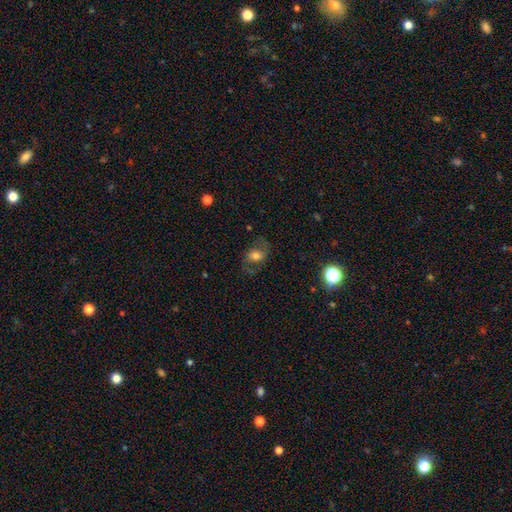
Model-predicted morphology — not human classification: smooth_or_featured: smooth (p=0.50) [alt: featured or disk p=0.39]
how_rounded: in between (p=0.65) [alt: round p=0.33]
merging: none (p=0.65) [alt: minor disturbance p=0.18]